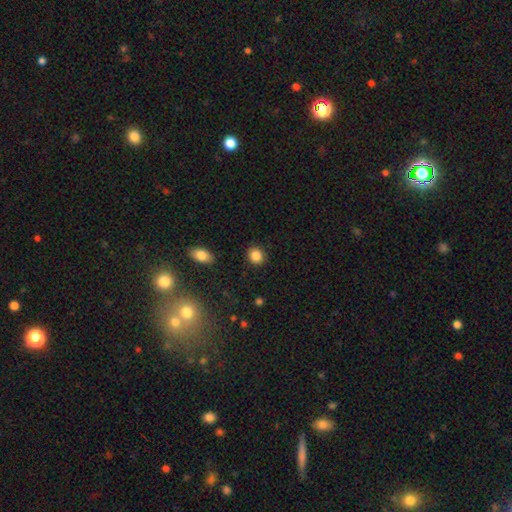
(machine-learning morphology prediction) Smooth or featured?
  - smooth: 86% *
  - star or artifact: 10%
  - featured or disk: 4%
How rounded?
  - round: 77% *
  - in between: 22%
  - cigar-shaped: 1%
Merging?
  - none: 90% *
  - minor disturbance: 7%
  - major disturbance: 2%
  - merger: 1%